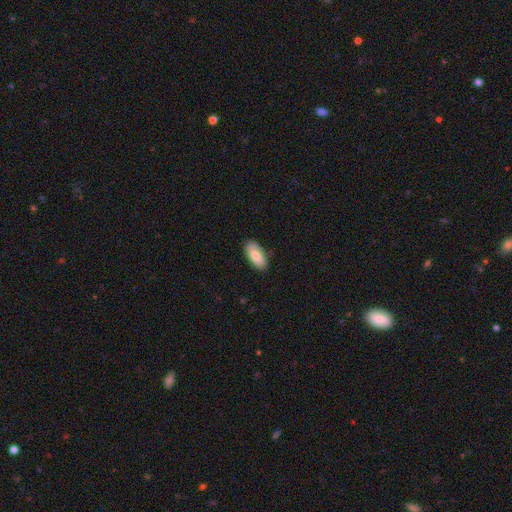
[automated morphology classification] Overall: smooth (75%). How rounded: in between (90%). Merging: none (82%).